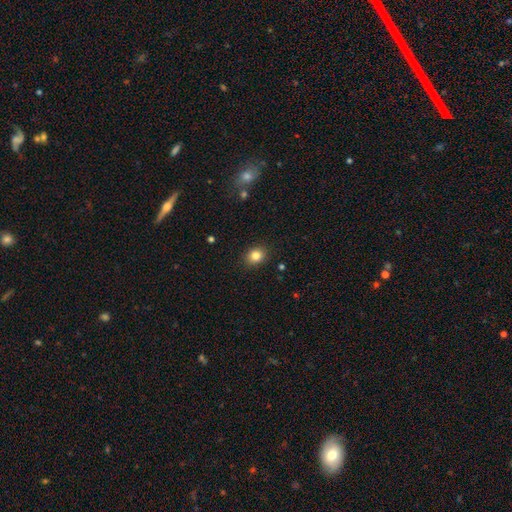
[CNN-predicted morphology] Smooth or featured? smooth (84%)
How rounded? round (60%)
Merging? none (88%)